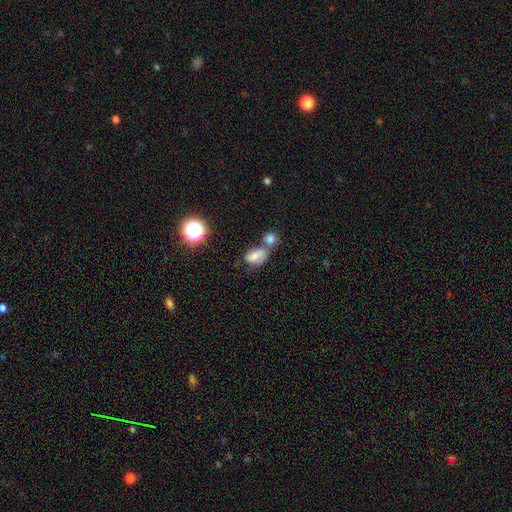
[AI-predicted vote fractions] A smooth galaxy with no disk features (68%) that is in between round and cigar-shaped (77%).

Vote fractions:
- Smooth or featured? smooth: 68% / featured or disk: 18% / star or artifact: 14%
- How rounded? in between: 77% / round: 21% / cigar-shaped: 2%
- Merging? merger: 50% / none: 30% / minor disturbance: 13% / major disturbance: 7%